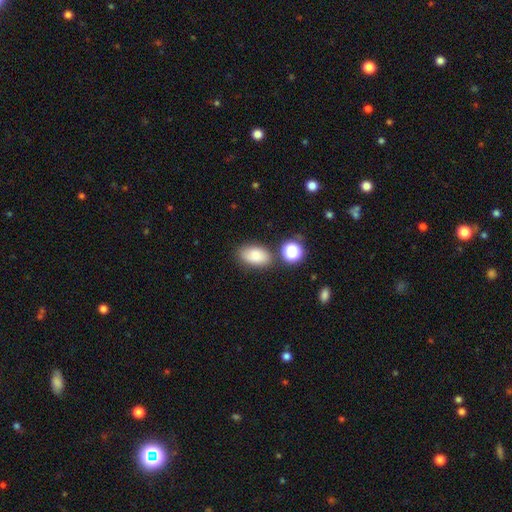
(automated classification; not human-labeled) A smooth galaxy with no disk features (83%) that is in between round and cigar-shaped (90%). Merging: none (74%).